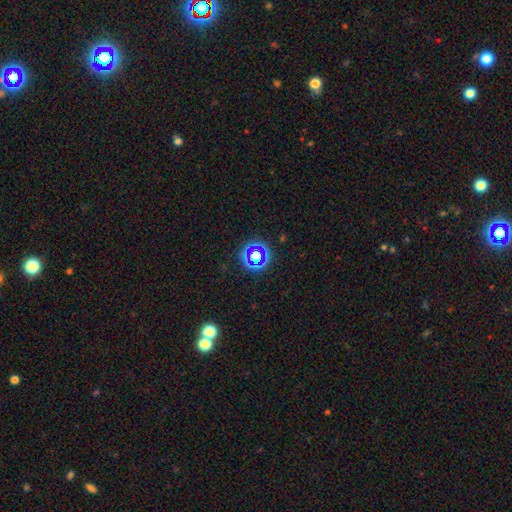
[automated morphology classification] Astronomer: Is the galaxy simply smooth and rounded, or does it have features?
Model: star or artifact — 54% (runner-up: smooth, 33%).